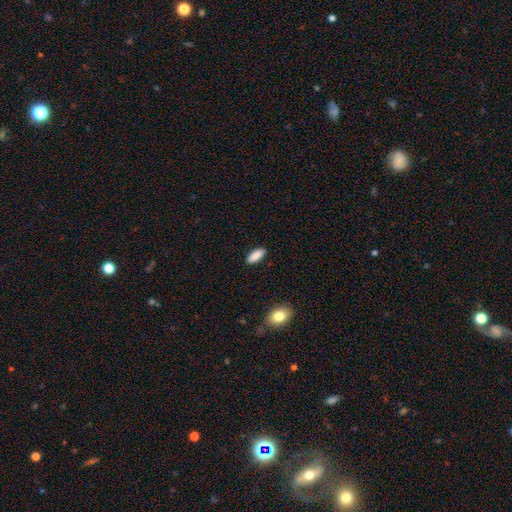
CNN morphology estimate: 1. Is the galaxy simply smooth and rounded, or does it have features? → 89% smooth, 6% star or artifact, 5% featured or disk.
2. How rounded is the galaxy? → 69% in between, 29% cigar-shaped, 2% round.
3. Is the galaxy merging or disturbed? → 88% none, 8% minor disturbance, 2% major disturbance, 1% merger.